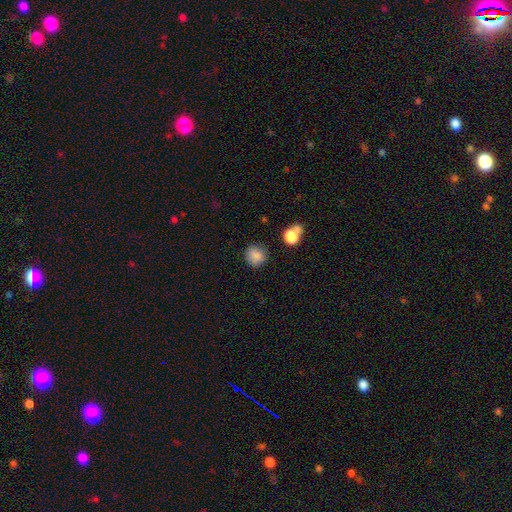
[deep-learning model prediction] smooth_or_featured: smooth (p=0.85) [alt: star or artifact p=0.10]
how_rounded: round (p=0.82) [alt: in between p=0.17]
merging: none (p=0.80) [alt: minor disturbance p=0.12]